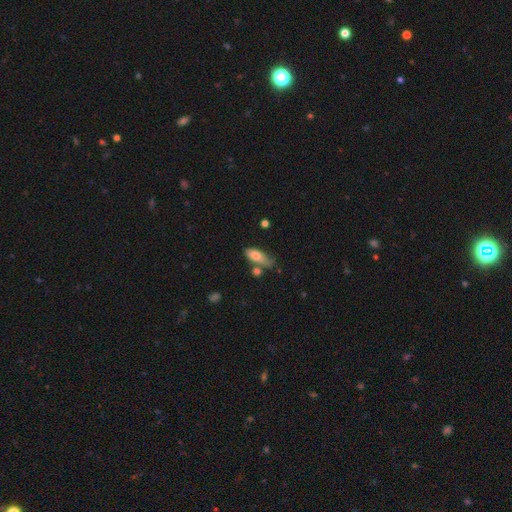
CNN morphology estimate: Smooth or featured?
  - smooth: 73% *
  - featured or disk: 20%
  - star or artifact: 7%
How rounded?
  - in between: 75% *
  - cigar-shaped: 22%
  - round: 3%
Merging?
  - none: 48% *
  - minor disturbance: 27%
  - merger: 16%
  - major disturbance: 10%